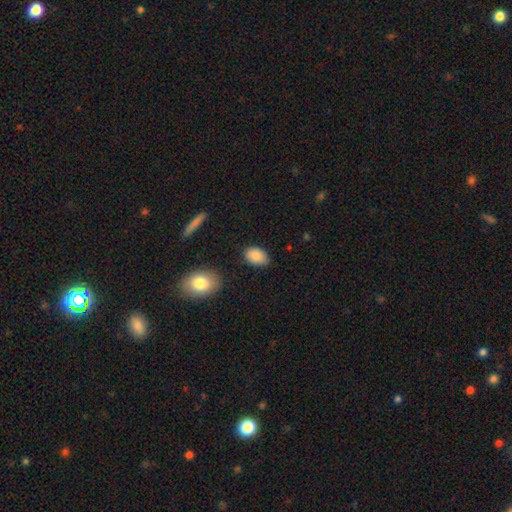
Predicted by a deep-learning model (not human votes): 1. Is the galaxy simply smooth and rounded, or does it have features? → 87% smooth, 8% star or artifact, 6% featured or disk.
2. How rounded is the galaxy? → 87% in between, 12% round, 1% cigar-shaped.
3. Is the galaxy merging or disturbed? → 79% none, 16% minor disturbance, 3% major disturbance, 2% merger.